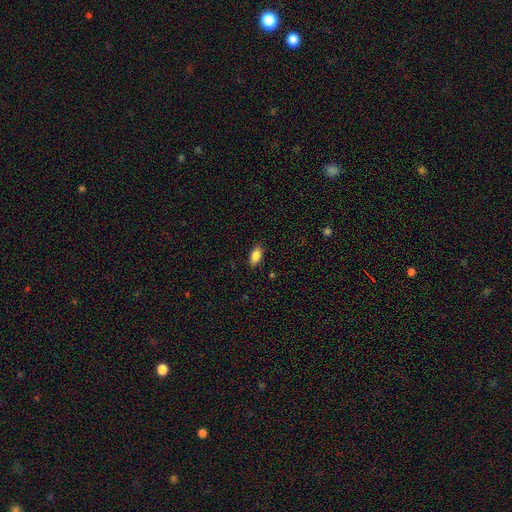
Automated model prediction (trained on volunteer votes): Smooth or featured? Predicted: smooth (p=0.85). How rounded? Predicted: in between (p=0.89). Merging? Predicted: none (p=0.86).